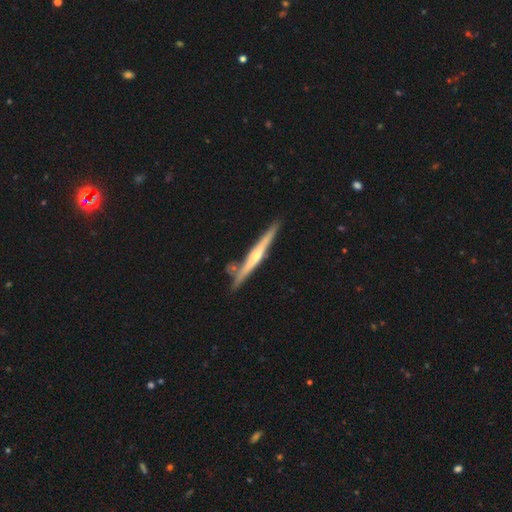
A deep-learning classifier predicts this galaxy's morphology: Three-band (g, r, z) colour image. It shows a featured or disk galaxy (71%) viewed edge-on (97%) with a rounded central bulge (75%). Merging: none (81%).